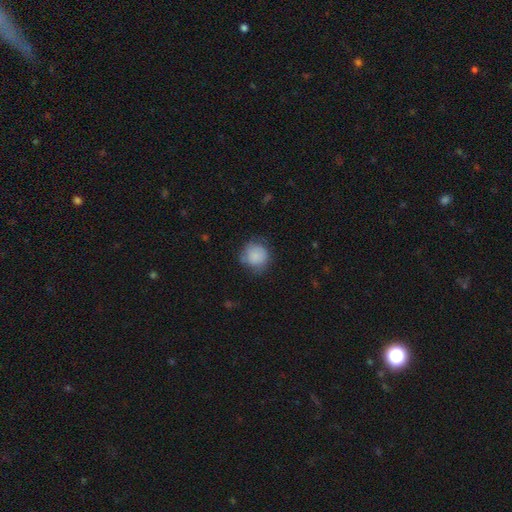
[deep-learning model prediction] The model was most divided on "merging": none: 64%, minor disturbance: 25%, major disturbance: 9%, merger: 2%. More confident: how rounded — round (87%); smooth or featured — smooth (82%).